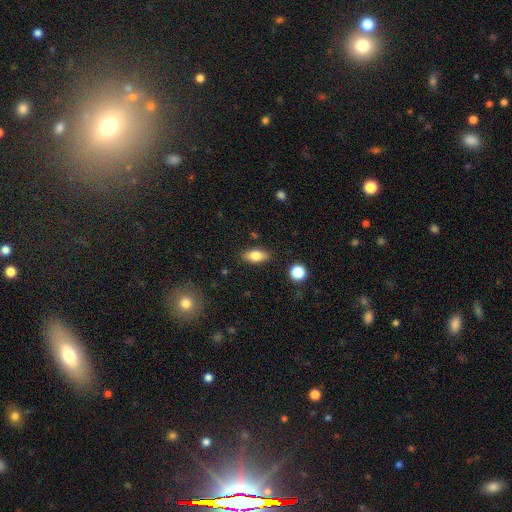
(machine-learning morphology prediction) smooth-or-featured: smooth: 80% | featured or disk: 12% | star or artifact: 8%
  how-rounded: in between: 88% | cigar-shaped: 7% | round: 5%
  merging: none: 86% | minor disturbance: 10% | major disturbance: 2% | merger: 2%